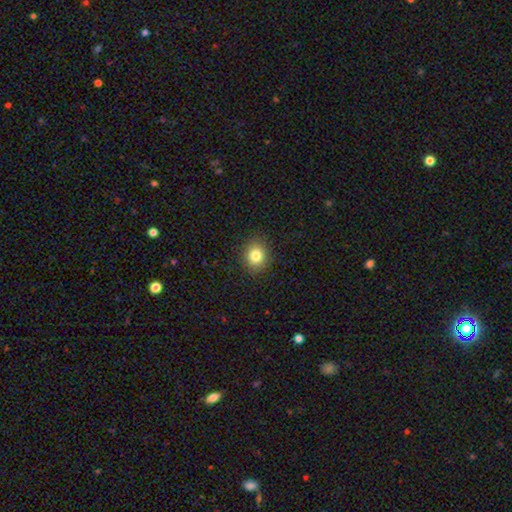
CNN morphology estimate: A smooth galaxy with no disk features (81%) that is round (74%).

Vote fractions:
- Smooth or featured? smooth: 81% / star or artifact: 11% / featured or disk: 7%
- How rounded? round: 74% / in between: 25% / cigar-shaped: 1%
- Merging? none: 90% / minor disturbance: 7% / major disturbance: 2% / merger: 1%